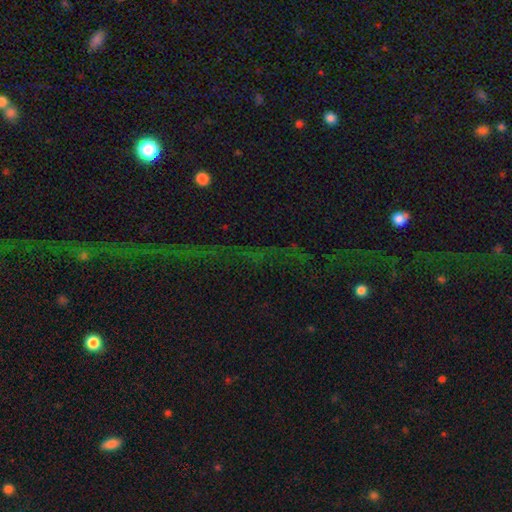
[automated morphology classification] A star or artifact, not a galaxy (76%).

Vote fractions:
- Smooth or featured? star or artifact: 76% / featured or disk: 13% / smooth: 11%